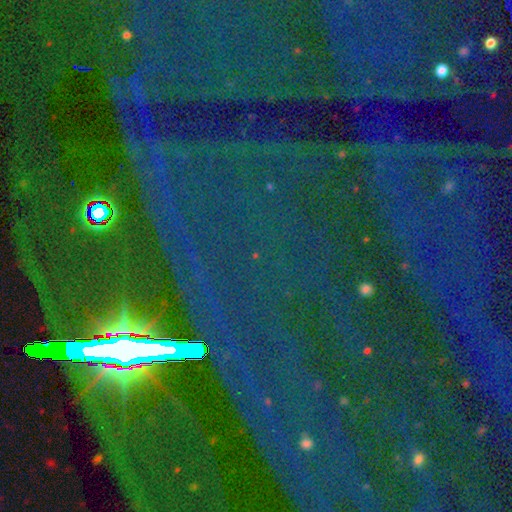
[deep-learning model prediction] smooth-or-featured: star or artifact: 86% | featured or disk: 7% | smooth: 7%